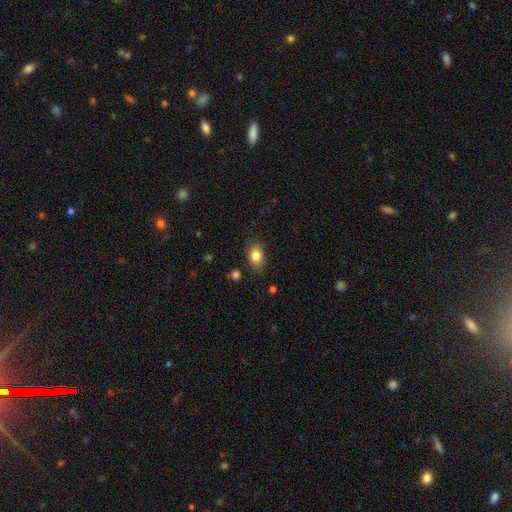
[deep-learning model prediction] smooth-or-featured: smooth: 82% | star or artifact: 9% | featured or disk: 9%
  how-rounded: in between: 79% | round: 19% | cigar-shaped: 2%
  merging: none: 82% | minor disturbance: 14% | major disturbance: 3% | merger: 2%